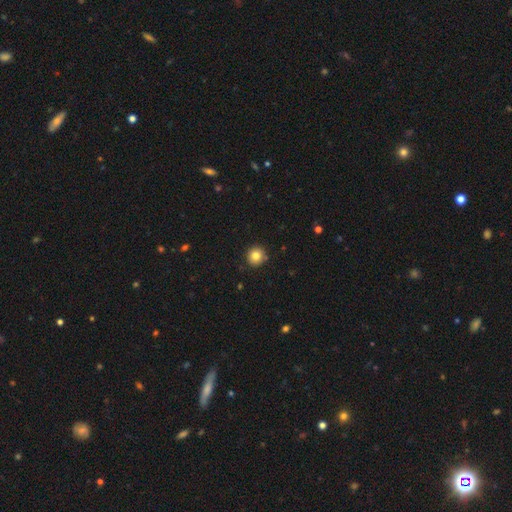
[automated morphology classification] Smooth or featured? smooth (82%)
How rounded? round (94%)
Merging? none (91%)